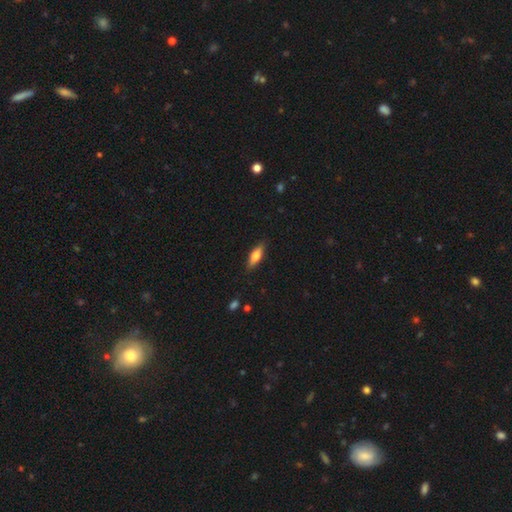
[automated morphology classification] Q: Smooth or featured?
A: smooth (71%); runner-up: featured or disk (23%)
Q: How rounded?
A: in between (55%); runner-up: cigar-shaped (43%)
Q: Merging?
A: none (86%); runner-up: minor disturbance (11%)